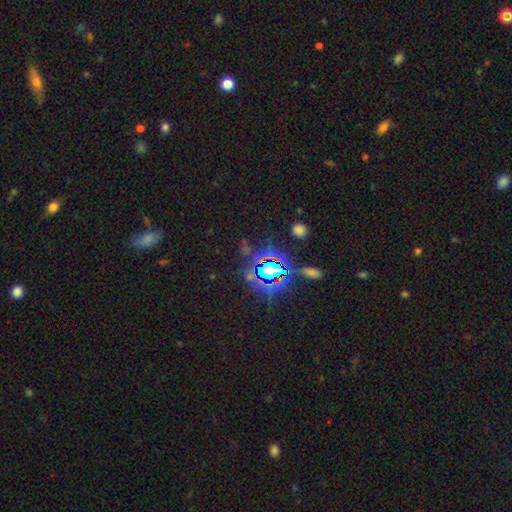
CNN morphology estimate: The model was most divided on "smooth or featured": star or artifact: 81%, smooth: 12%, featured or disk: 7%.